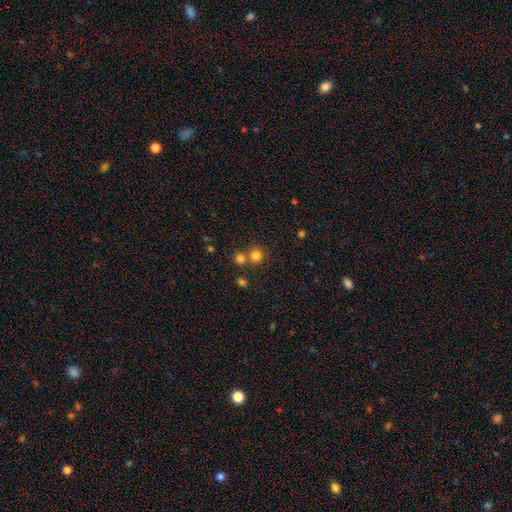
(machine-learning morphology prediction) A smooth galaxy with no disk features (79%) that is round (89%). Merging: none (65%).